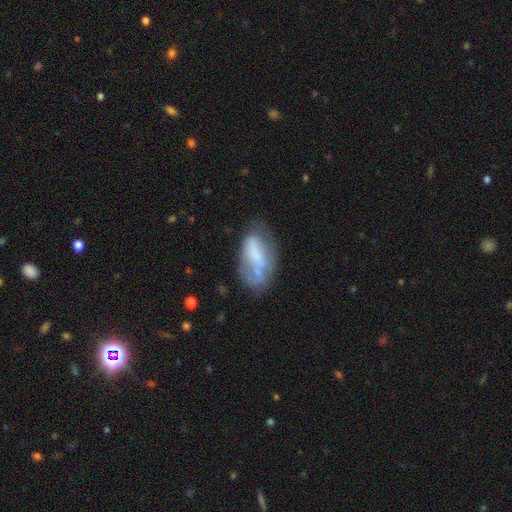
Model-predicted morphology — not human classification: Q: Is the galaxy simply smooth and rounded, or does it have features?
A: smooth — 49%.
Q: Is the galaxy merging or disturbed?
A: none — 46%.